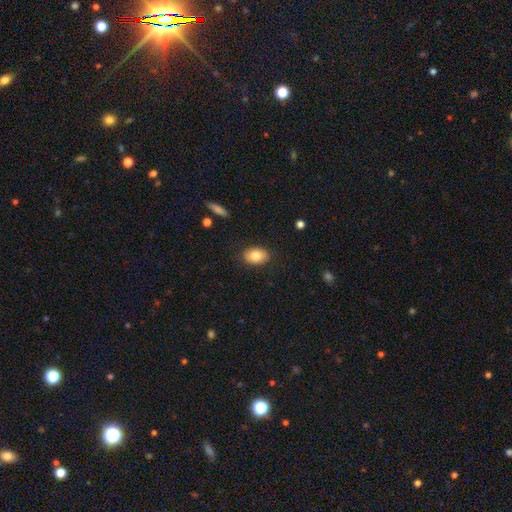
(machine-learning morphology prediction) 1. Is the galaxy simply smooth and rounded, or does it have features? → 83% smooth, 10% featured or disk, 7% star or artifact.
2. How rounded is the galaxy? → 81% in between, 18% round, 1% cigar-shaped.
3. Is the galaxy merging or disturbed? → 86% none, 10% minor disturbance, 3% major disturbance, 1% merger.